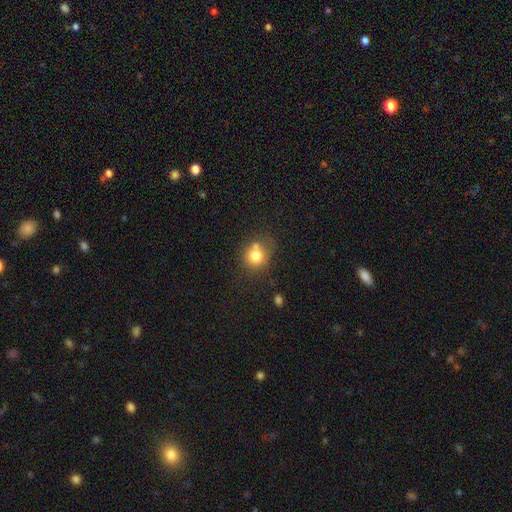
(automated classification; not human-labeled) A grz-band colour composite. It shows a smooth galaxy with no disk features (77%) that is round (84%). Merging: none (56%).